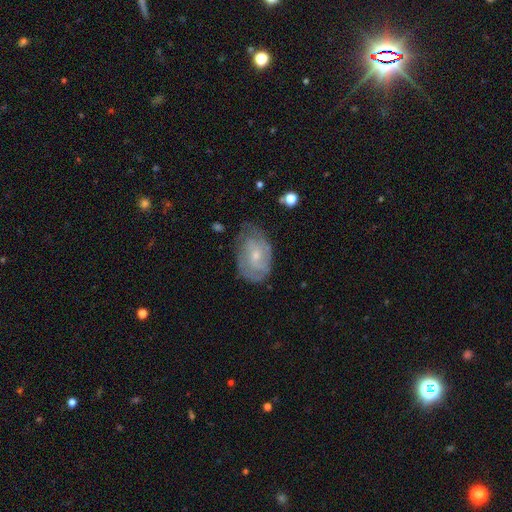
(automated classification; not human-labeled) This is likely a featured or disk galaxy (65%). It is clearly not viewed edge-on (96%). Bar: likely no (71%). Spiral arm pattern: likely yes (79%). Central bulge: likely small (60%). Merging: likely none (60%).